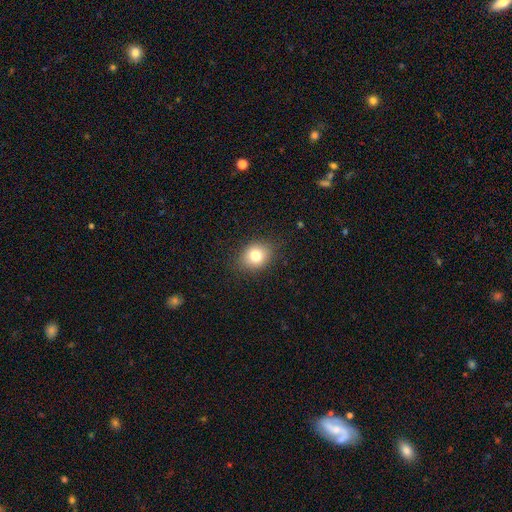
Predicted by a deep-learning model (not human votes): This is likely a smooth galaxy (79%). How rounded: possibly round (57%). Merging: clearly none (86%).